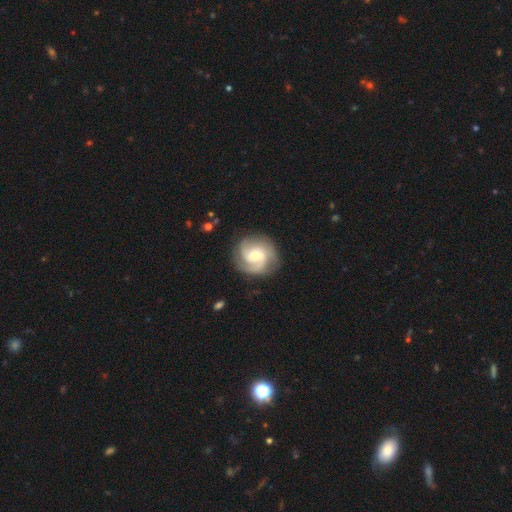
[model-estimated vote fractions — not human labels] Morphology: type=featured or disk (81%); edge-on=no (98%); bar=weak (45%, tied with no); spiral arms=yes (96%); winding=medium (45%); arm count=2 (37%); bulge=small (49%); merging=none (80%).